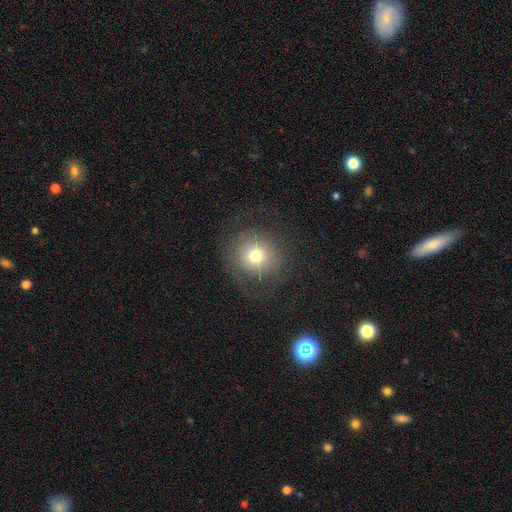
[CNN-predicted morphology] Q: Smooth or featured?
A: smooth (70%); runner-up: featured or disk (16%)
Q: How rounded?
A: round (90%); runner-up: in between (9%)
Q: Merging?
A: none (76%); runner-up: minor disturbance (12%)